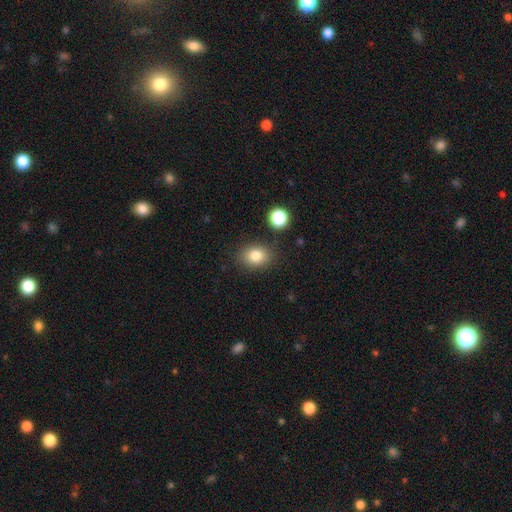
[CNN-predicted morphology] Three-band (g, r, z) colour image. It shows a smooth galaxy with no disk features (81%) that is in between round and cigar-shaped (58%). Merging: none (83%).